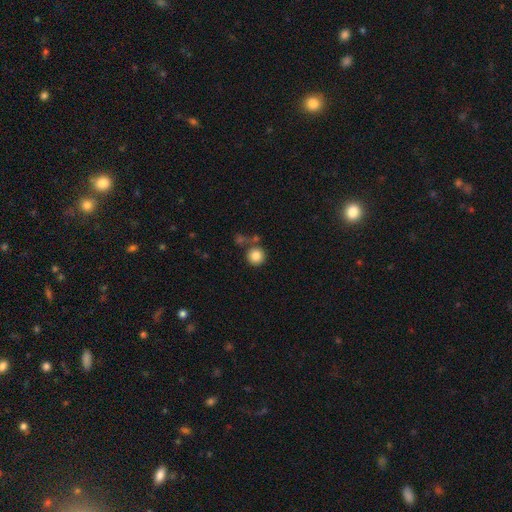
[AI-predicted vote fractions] A smooth galaxy with no disk features (84%) that is round (94%).

Vote fractions:
- Smooth or featured? smooth: 84% / star or artifact: 10% / featured or disk: 7%
- How rounded? round: 94% / in between: 5% / cigar-shaped: 1%
- Merging? none: 71% / merger: 14% / minor disturbance: 10% / major disturbance: 4%